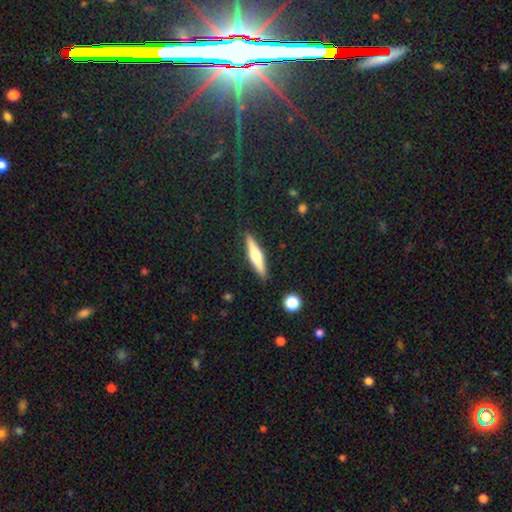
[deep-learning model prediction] featured or disk 56%, smooth 38%, star or artifact 6%. Down the decision tree: edge-on disk — yes (96%); edge-on bulge — rounded (89%); merging — none (90%).